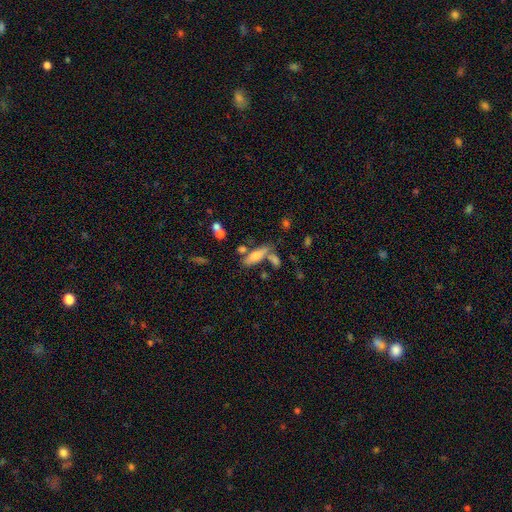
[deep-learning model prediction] A smooth galaxy with no disk features (65%) that is cigar-shaped (49%).

Vote fractions:
- Smooth or featured? smooth: 65% / featured or disk: 26% / star or artifact: 8%
- How rounded? cigar-shaped: 49% / in between: 48% / round: 3%
- Merging? none: 56% / merger: 22% / minor disturbance: 15% / major disturbance: 6%